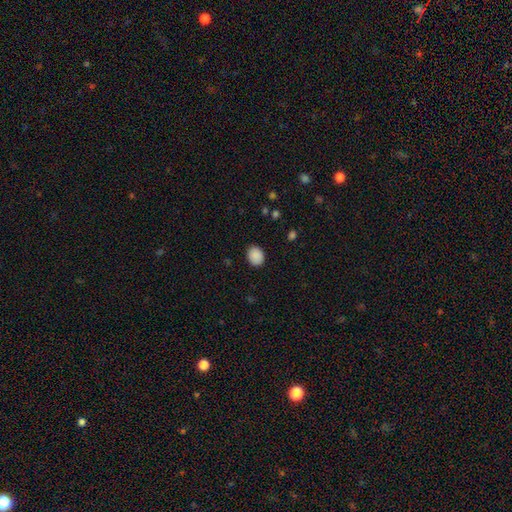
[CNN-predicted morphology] A smooth galaxy with no disk features (90%) that is round (54%). Merging: none (88%).